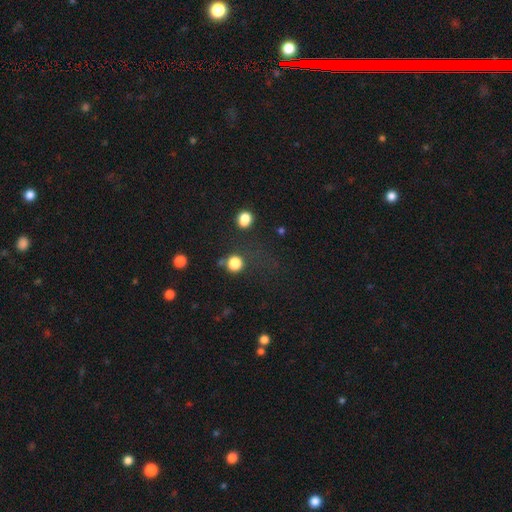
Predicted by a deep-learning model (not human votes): Q: Smooth or featured?
A: star or artifact (58%); runner-up: smooth (32%)